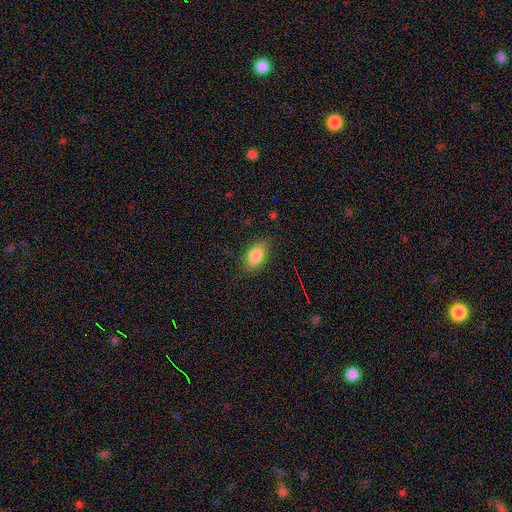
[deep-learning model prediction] Overall: smooth (83%). How rounded: in between (90%). Merging: none (79%).